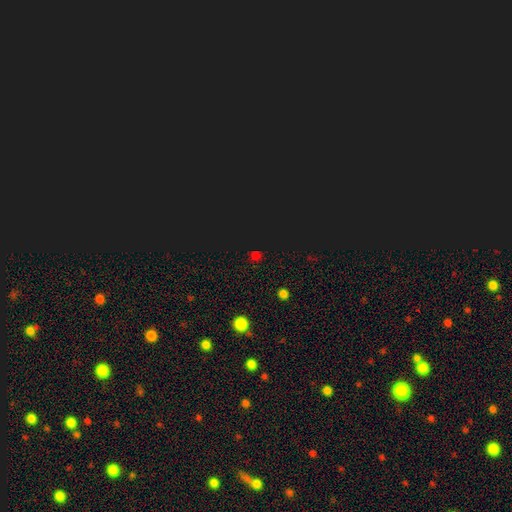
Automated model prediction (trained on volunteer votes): Smooth or featured? star or artifact (57%)